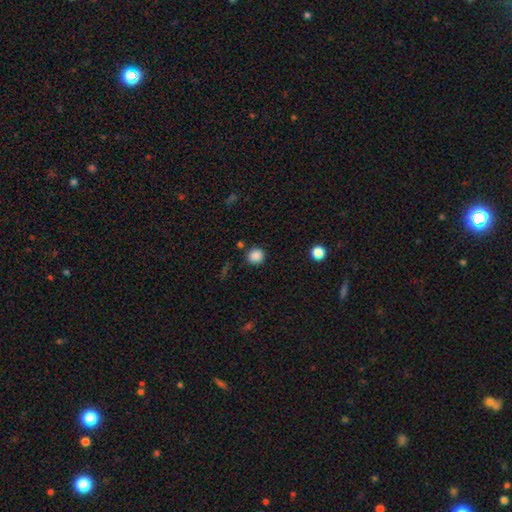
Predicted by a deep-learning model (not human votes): smooth_or_featured: smooth (p=0.86) [alt: star or artifact p=0.11]
how_rounded: round (p=0.90) [alt: in between p=0.09]
merging: none (p=0.84) [alt: minor disturbance p=0.10]